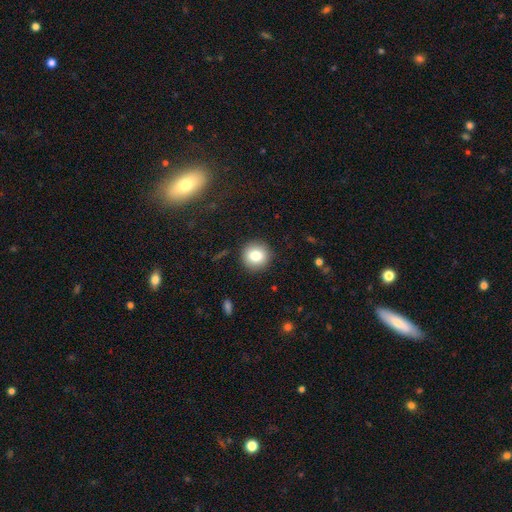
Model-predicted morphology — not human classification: Smooth or featured? Predicted: smooth (p=0.79). How rounded? Predicted: round (p=0.94). Merging? Predicted: none (p=0.91).